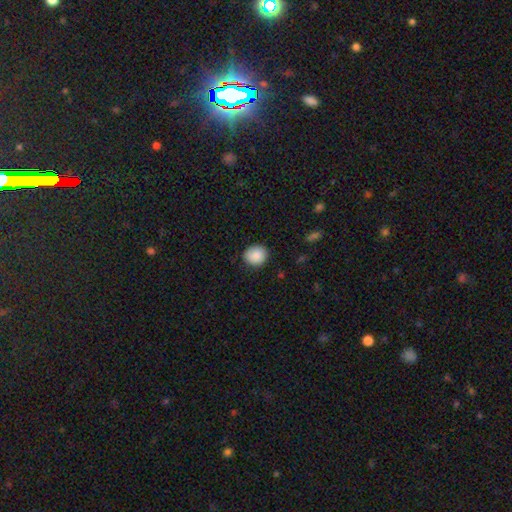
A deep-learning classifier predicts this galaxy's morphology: Smooth or featured? smooth (89%)
How rounded? round (82%)
Merging? none (87%)